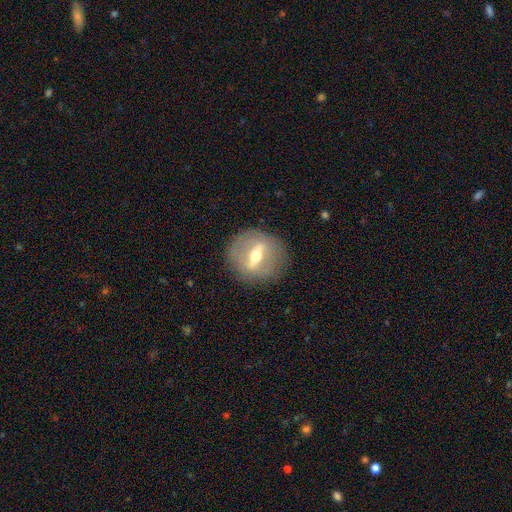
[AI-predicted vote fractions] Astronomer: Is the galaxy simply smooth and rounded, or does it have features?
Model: featured or disk — 71%.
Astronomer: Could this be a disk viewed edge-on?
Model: no — 64%.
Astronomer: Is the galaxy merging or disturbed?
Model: none — 86%.